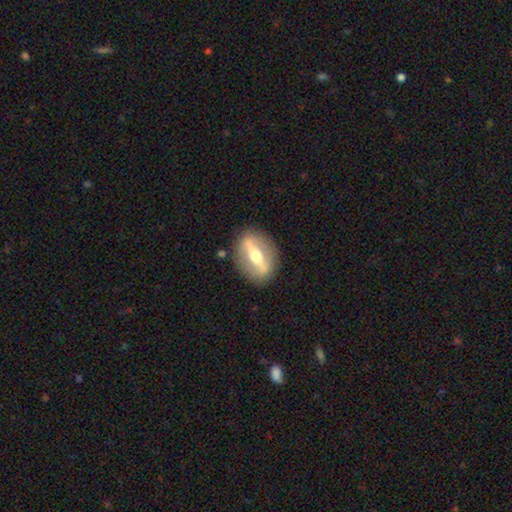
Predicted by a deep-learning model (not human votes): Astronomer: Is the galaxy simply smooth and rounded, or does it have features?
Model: featured or disk — 71%.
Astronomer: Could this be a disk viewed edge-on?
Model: no — 58% (runner-up: yes, 42%).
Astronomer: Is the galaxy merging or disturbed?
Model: none — 85%.